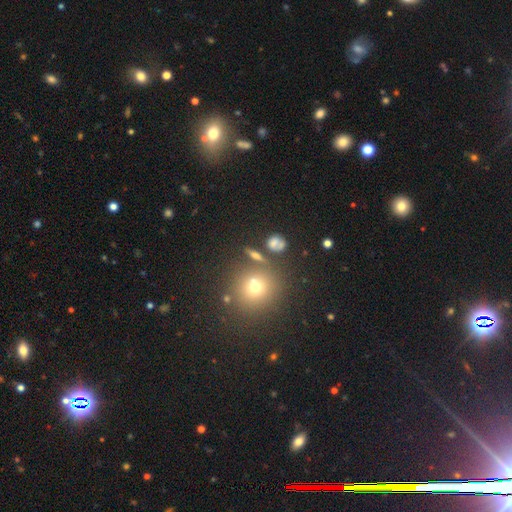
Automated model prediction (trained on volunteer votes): A smooth galaxy with no disk features (54%) that is round (43%).

Vote fractions:
- Smooth or featured? smooth: 54% / featured or disk: 26% / star or artifact: 20%
- How rounded? round: 43% / in between: 30% / cigar-shaped: 27%
- Merging? none: 73% / merger: 11% / minor disturbance: 11% / major disturbance: 5%